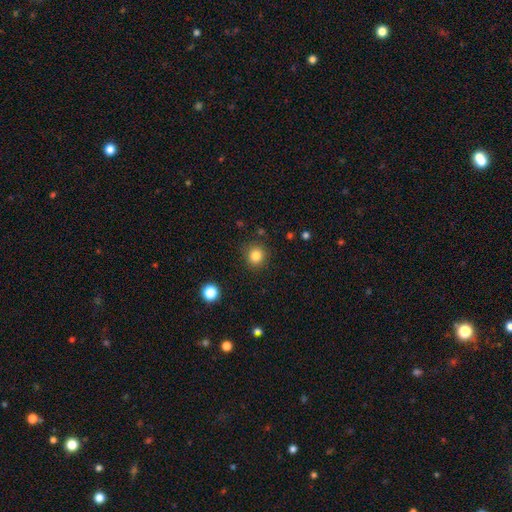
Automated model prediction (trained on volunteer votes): smooth_or_featured: smooth (p=0.83) [alt: star or artifact p=0.12]
how_rounded: round (p=0.91) [alt: in between p=0.08]
merging: none (p=0.88) [alt: minor disturbance p=0.08]